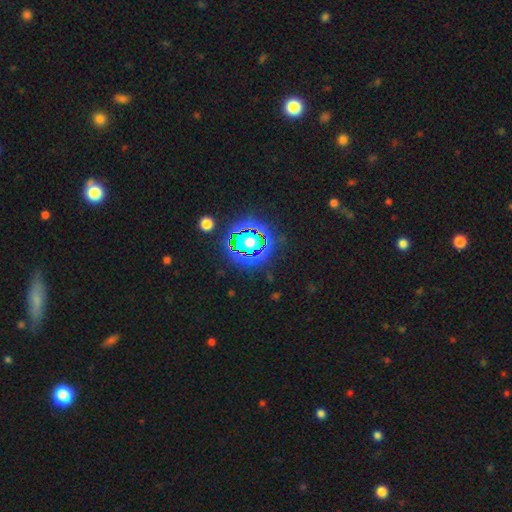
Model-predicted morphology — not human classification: smooth-or-featured: star or artifact: 83% | smooth: 11% | featured or disk: 7%